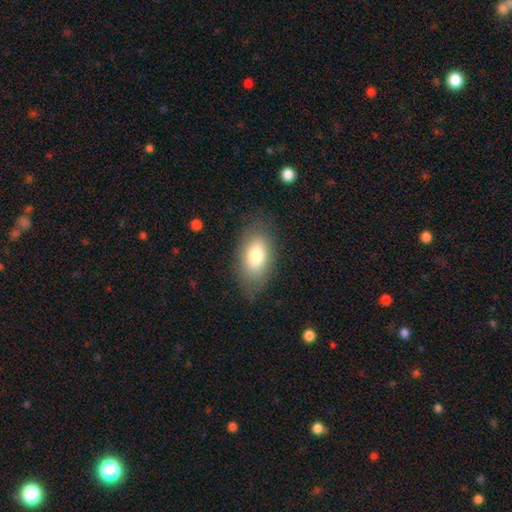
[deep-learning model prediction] Q: Smooth or featured?
A: smooth (77%); runner-up: featured or disk (16%)
Q: How rounded?
A: in between (91%); runner-up: round (6%)
Q: Merging?
A: none (78%); runner-up: minor disturbance (15%)